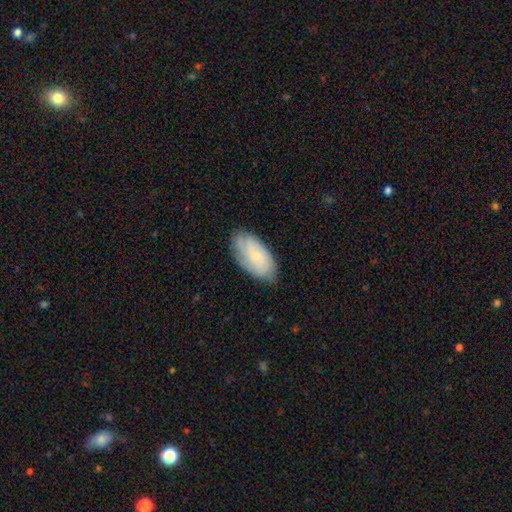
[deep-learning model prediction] Smooth or featured: smooth — 56% (featured or disk — 37%)
How rounded: in between — 93% (cigar-shaped — 4%)
Merging: none — 78% (minor disturbance — 18%)